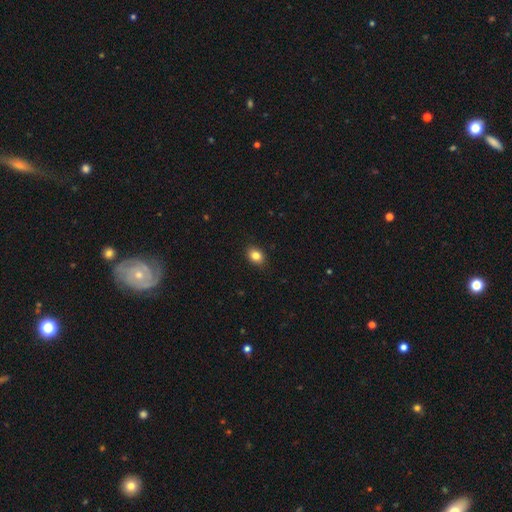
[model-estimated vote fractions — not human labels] This appears to be a smooth galaxy with no disk features (83%) that is in between round and cigar-shaped (67%). Merging: none (88%).